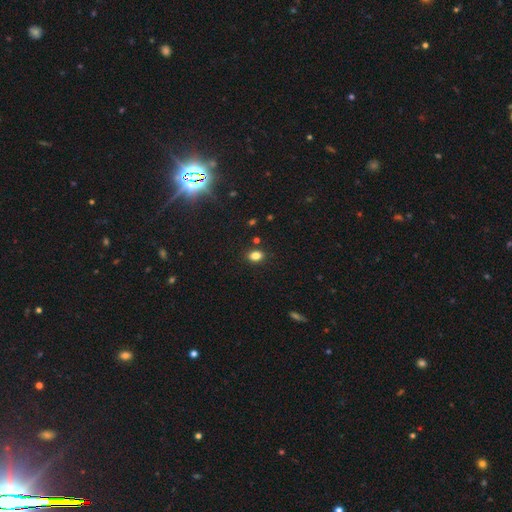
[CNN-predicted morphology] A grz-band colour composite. It shows a smooth galaxy with no disk features (82%) that is in between round and cigar-shaped (69%). Merging: none (87%).